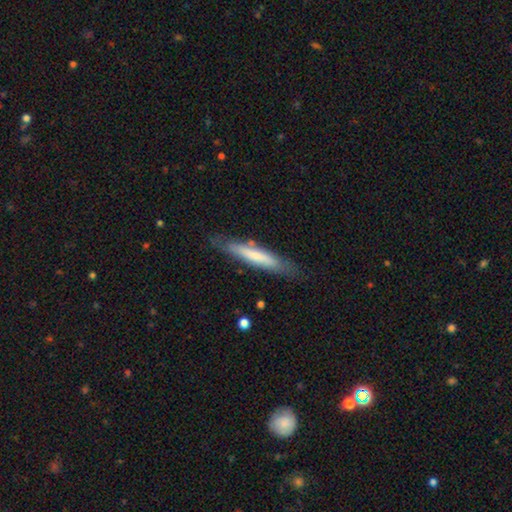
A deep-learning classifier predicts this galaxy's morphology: This appears to be a smooth galaxy with no disk features (61%) that is cigar-shaped (91%). Merging: none (81%).